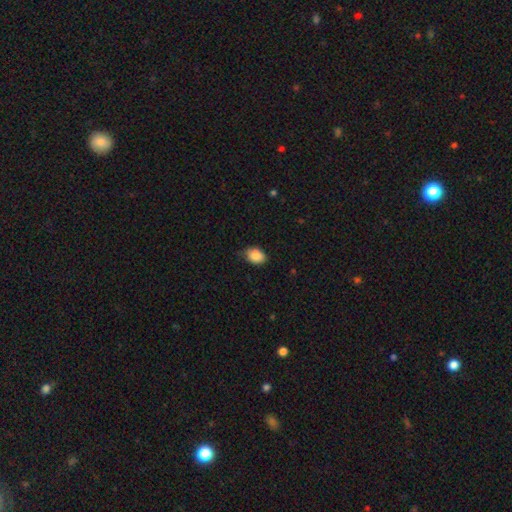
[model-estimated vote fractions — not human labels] Smooth or featured? smooth (87%)
How rounded? in between (74%)
Merging? none (73%)